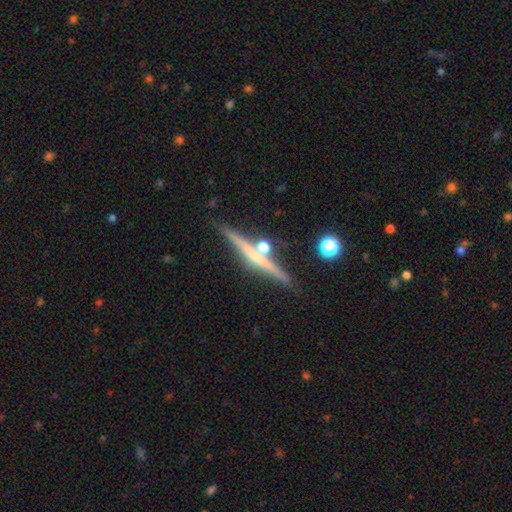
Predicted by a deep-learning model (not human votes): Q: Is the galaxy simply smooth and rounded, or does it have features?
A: featured or disk — 68%.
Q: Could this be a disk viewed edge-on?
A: yes — 97%.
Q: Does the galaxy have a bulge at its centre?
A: rounded — 51%.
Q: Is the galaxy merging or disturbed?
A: none — 78%.